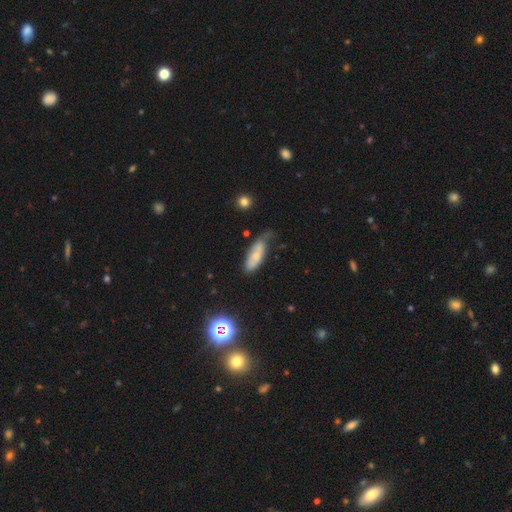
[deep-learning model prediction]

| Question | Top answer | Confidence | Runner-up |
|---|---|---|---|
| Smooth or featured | smooth | 62% | featured or disk (30%) |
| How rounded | in between | 66% | cigar-shaped (32%) |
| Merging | minor disturbance | 41% | none (34%) |